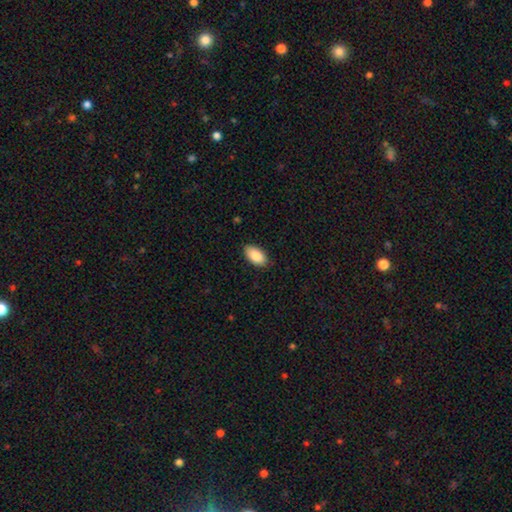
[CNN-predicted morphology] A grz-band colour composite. It shows a smooth galaxy with no disk features (86%) that is in between round and cigar-shaped (94%). Merging: none (87%).